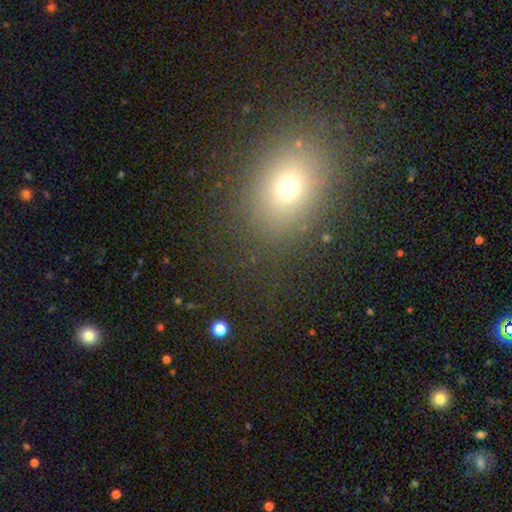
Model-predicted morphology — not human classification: smooth 66%, star or artifact 23%, featured or disk 11%. Down the decision tree: how rounded — in between (55%); merging — none (86%).